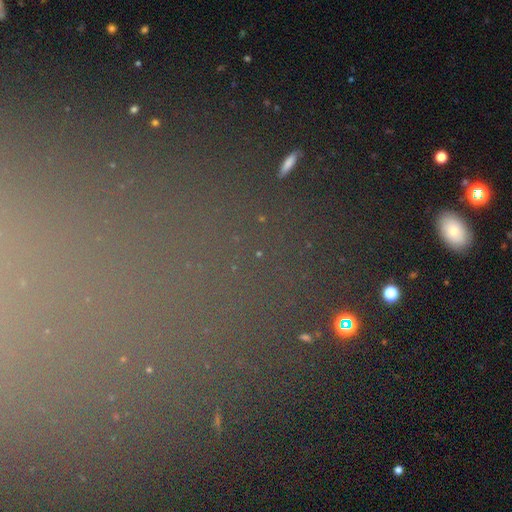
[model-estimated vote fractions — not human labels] Smooth or featured: star or artifact — 73% (smooth — 16%)